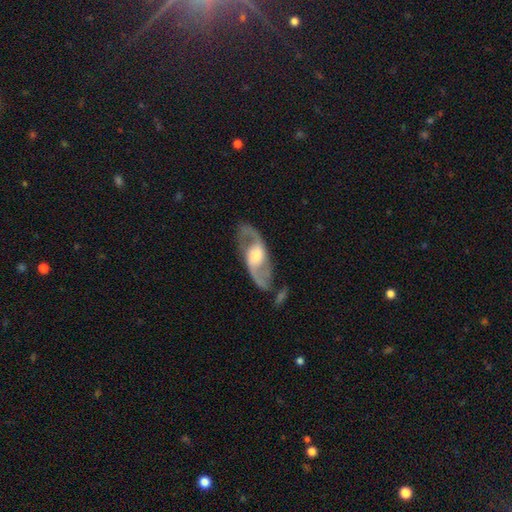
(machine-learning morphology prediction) featured or disk 86%, smooth 10%, star or artifact 4%. Down the decision tree: edge-on disk — no (92%); bar — weak (41%, tied with no); spiral arms — yes (94%); spiral arm count — 2 (93%); spiral winding — medium (46%); bulge size — moderate (49%); merging — none (77%).